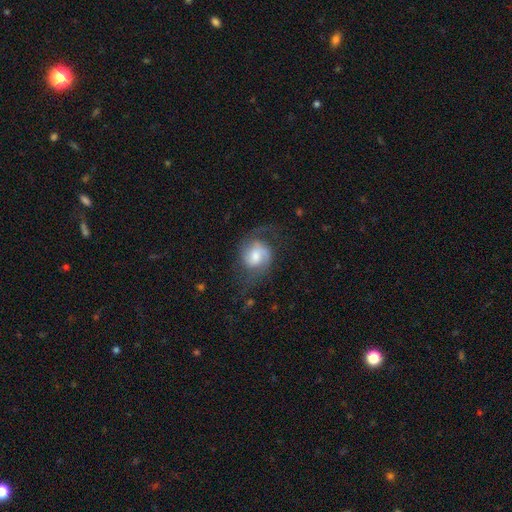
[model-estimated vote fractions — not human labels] Morphology: type=featured or disk (72%); edge-on=no (98%); bar=weak (45%); spiral arms=yes (93%); winding=medium (45%); arm count=2 (81%); bulge=moderate (53%); merging=none (60%).